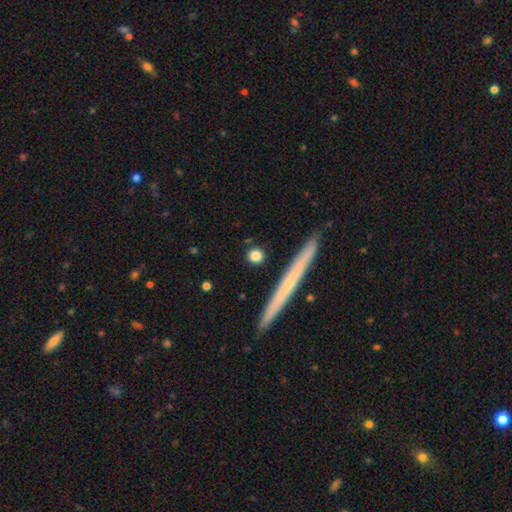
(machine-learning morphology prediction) This is likely a smooth galaxy (80%). How rounded: likely round (78%). Merging: clearly none (88%).